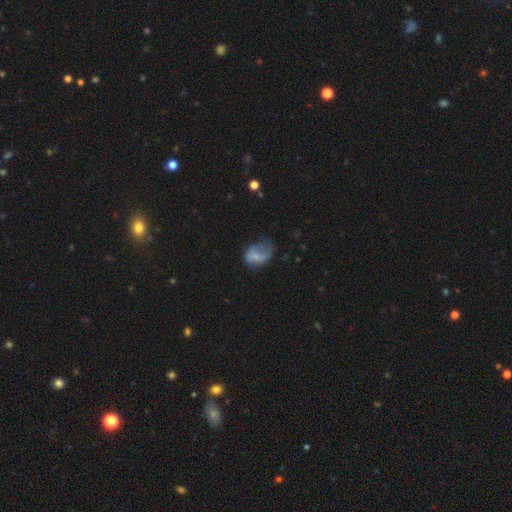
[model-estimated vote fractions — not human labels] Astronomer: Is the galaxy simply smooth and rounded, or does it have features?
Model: smooth — 59%.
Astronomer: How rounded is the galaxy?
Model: in between — 78%.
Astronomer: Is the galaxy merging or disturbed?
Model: major disturbance — 36% (runner-up: minor disturbance, 31%).